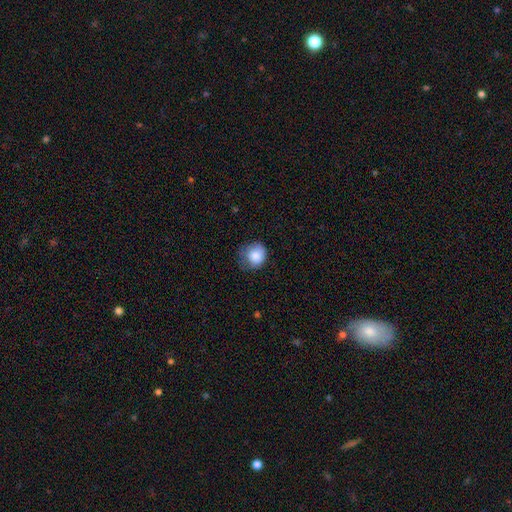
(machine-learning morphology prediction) Smooth or featured: smooth — 84% (star or artifact — 8%)
How rounded: round — 81% (in between — 18%)
Merging: none — 51% (minor disturbance — 34%)